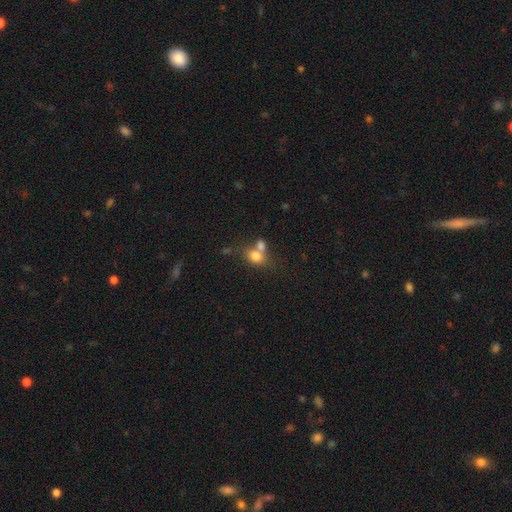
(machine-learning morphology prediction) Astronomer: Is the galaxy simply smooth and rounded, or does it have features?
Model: smooth — 77%.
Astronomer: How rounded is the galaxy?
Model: round — 50% (runner-up: in between, 49%).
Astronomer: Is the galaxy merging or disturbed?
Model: merger — 48% (runner-up: none, 37%).